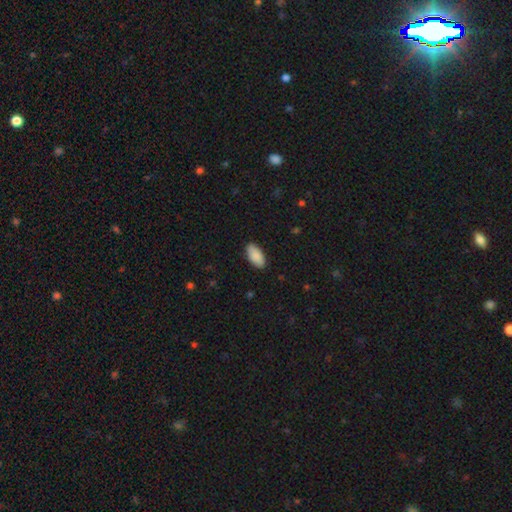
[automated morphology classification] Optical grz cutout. It shows a smooth galaxy with no disk features (88%) that is in between round and cigar-shaped (94%). Merging: none (88%).